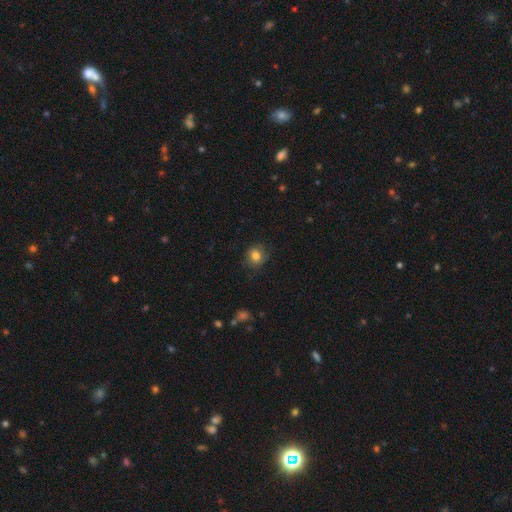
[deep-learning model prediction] Overall: smooth (79%). How rounded: round (78%). Merging: none (79%).